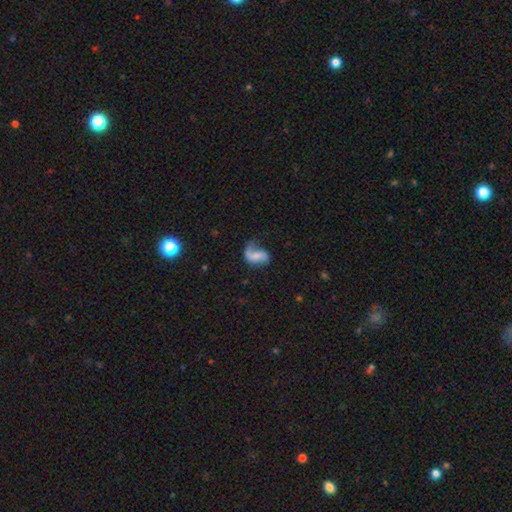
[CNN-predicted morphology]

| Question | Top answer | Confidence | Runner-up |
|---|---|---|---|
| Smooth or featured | featured or disk | 60% | smooth (31%) |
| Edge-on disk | no | 97% | yes (3%) |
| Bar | no | 46% | weak (37%) |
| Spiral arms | yes | 87% | no (13%) |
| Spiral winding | loose | 70% | medium (23%) |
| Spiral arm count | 2 | 62% | 1 (32%) |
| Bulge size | none | 38% | small (33%) |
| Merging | none | 43% | major disturbance (28%) |